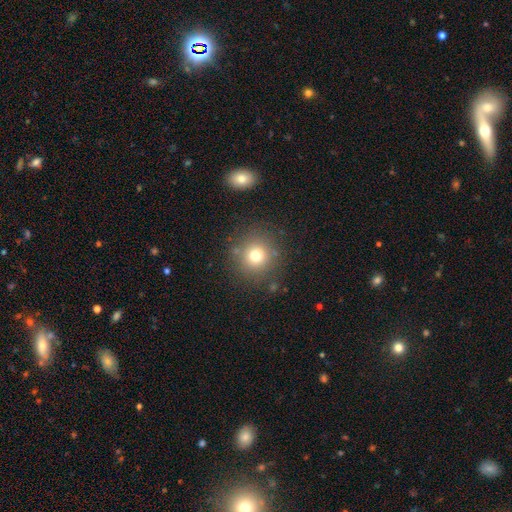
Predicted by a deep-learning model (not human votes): Smooth or featured?
  - smooth: 74% *
  - star or artifact: 15%
  - featured or disk: 11%
How rounded?
  - round: 92% *
  - in between: 7%
  - cigar-shaped: 1%
Merging?
  - none: 84% *
  - minor disturbance: 9%
  - major disturbance: 4%
  - merger: 3%